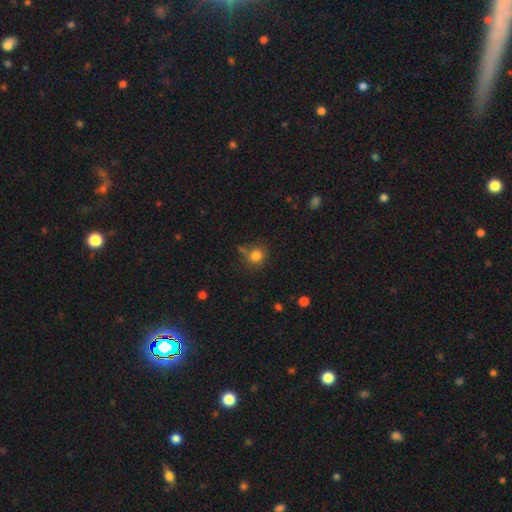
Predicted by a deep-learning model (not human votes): Smooth or featured? Predicted: smooth (p=0.81). How rounded? Predicted: round (p=0.84). Merging? Predicted: none (p=0.68).